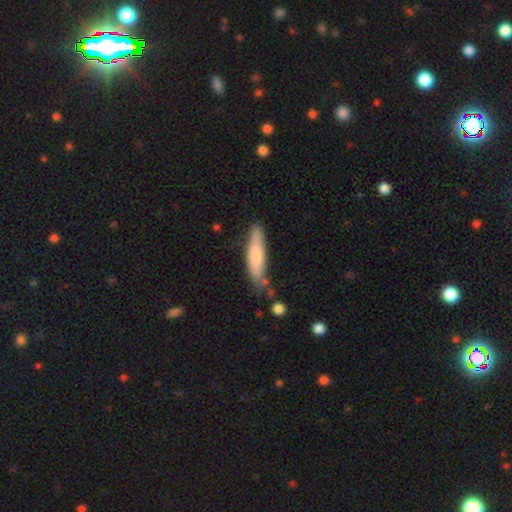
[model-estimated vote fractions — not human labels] Overall: smooth (72%). How rounded: cigar-shaped (80%). Merging: none (69%).